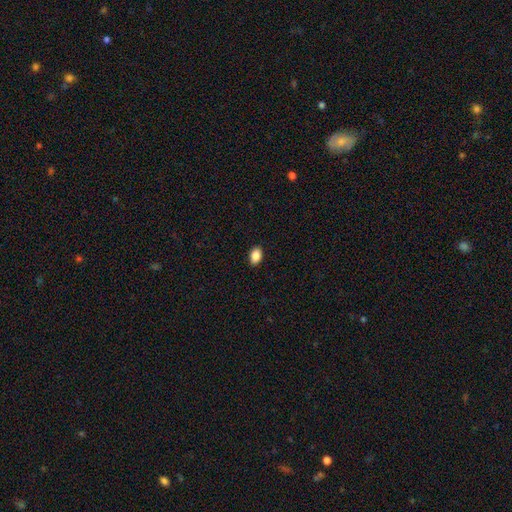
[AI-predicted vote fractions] Smooth or featured: smooth — 88% (star or artifact — 8%)
How rounded: in between — 87% (round — 12%)
Merging: none — 90% (minor disturbance — 8%)